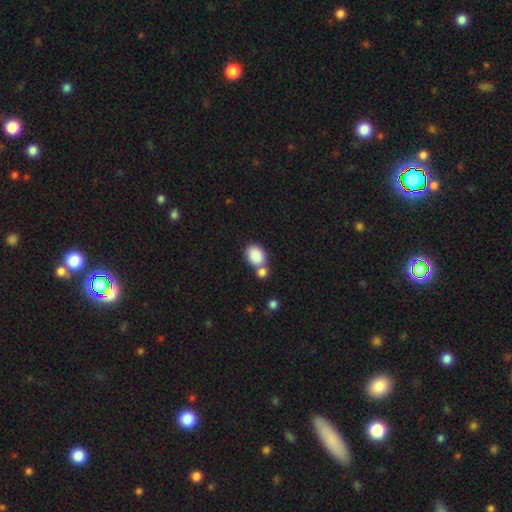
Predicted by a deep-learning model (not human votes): Smooth or featured? smooth (87%)
How rounded? in between (69%)
Merging? none (49%)